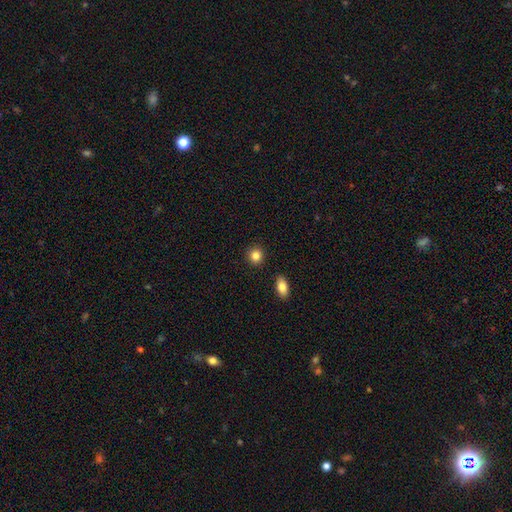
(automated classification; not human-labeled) Overall: smooth (85%). How rounded: round (87%). Merging: none (90%).